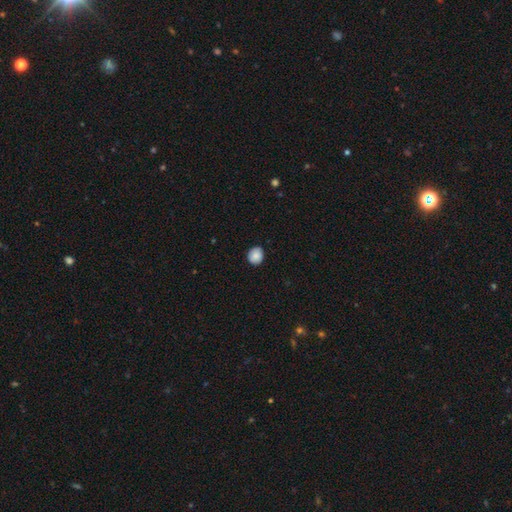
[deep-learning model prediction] A smooth galaxy with no disk features (86%) that is round (79%). Merging: none (88%).